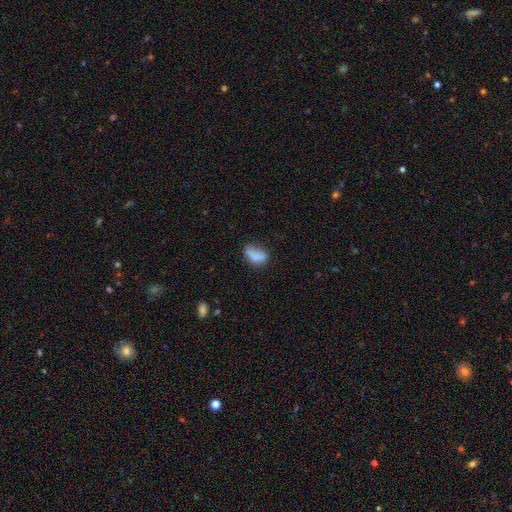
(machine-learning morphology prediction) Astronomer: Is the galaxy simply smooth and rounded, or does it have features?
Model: smooth — 74%.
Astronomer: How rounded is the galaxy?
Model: in between — 83%.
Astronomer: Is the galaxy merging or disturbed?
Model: none — 42% (runner-up: minor disturbance, 30%).